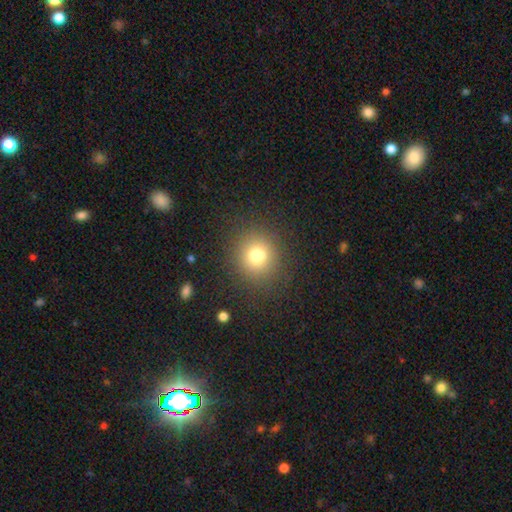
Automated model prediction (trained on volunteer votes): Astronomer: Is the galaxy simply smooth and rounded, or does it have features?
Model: smooth — 76%.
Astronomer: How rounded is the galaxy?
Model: round — 87%.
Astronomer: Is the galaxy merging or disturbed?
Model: none — 86%.